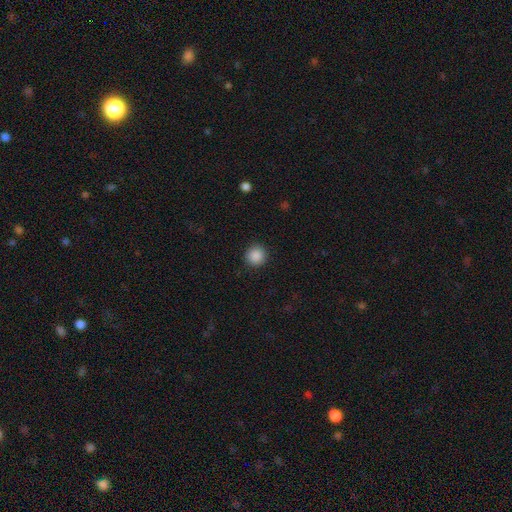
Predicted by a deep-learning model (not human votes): The model was most divided on "smooth or featured": smooth: 88%, star or artifact: 9%, featured or disk: 3%. More confident: how rounded — round (94%); merging — none (91%).